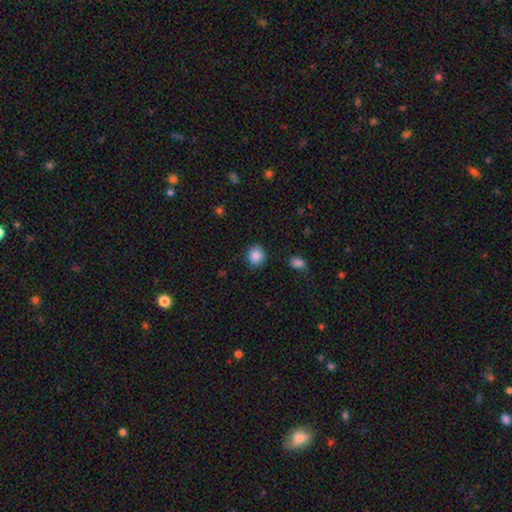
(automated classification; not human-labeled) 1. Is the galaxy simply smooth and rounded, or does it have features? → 87% smooth, 9% star or artifact, 4% featured or disk.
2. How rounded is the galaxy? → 83% round, 16% in between, 1% cigar-shaped.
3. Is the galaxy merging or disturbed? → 86% none, 10% minor disturbance, 3% major disturbance, 2% merger.